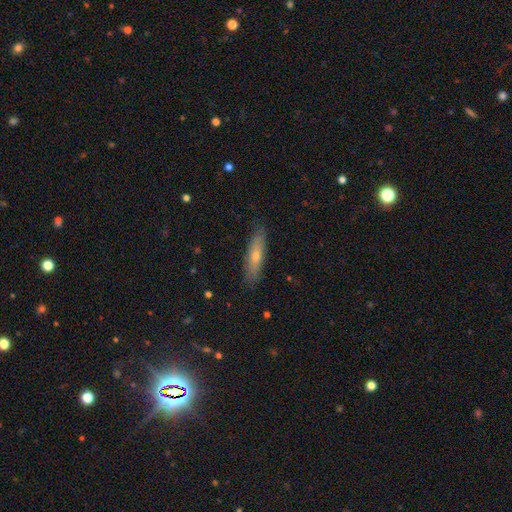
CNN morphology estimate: Smooth or featured? Predicted: smooth (p=0.60). How rounded? Predicted: cigar-shaped (p=0.69). Merging? Predicted: none (p=0.84).